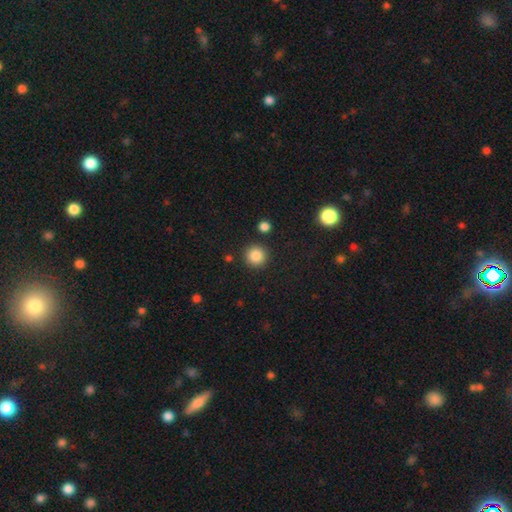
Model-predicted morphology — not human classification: Smooth or featured? Predicted: smooth (p=0.85). How rounded? Predicted: round (p=0.95). Merging? Predicted: none (p=0.89).